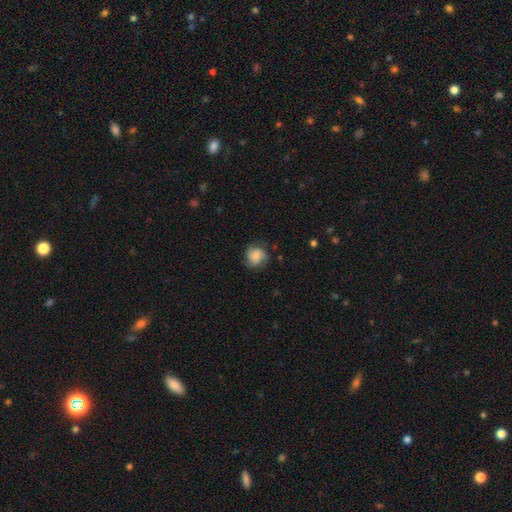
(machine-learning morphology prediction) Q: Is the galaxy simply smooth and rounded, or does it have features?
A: featured or disk — 48%.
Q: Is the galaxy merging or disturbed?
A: none — 73%.